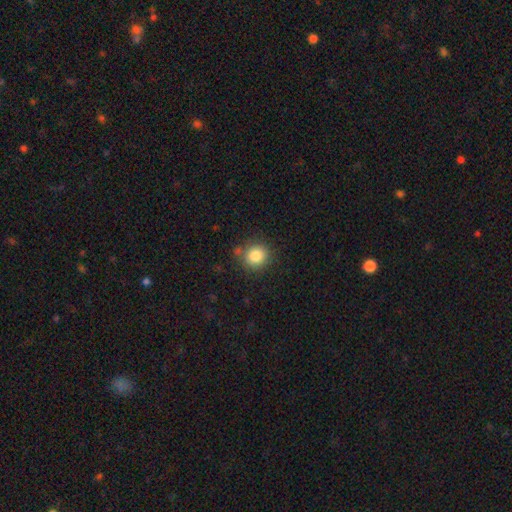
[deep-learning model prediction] This is clearly a smooth galaxy (84%). How rounded: clearly round (86%). Merging: clearly none (80%).